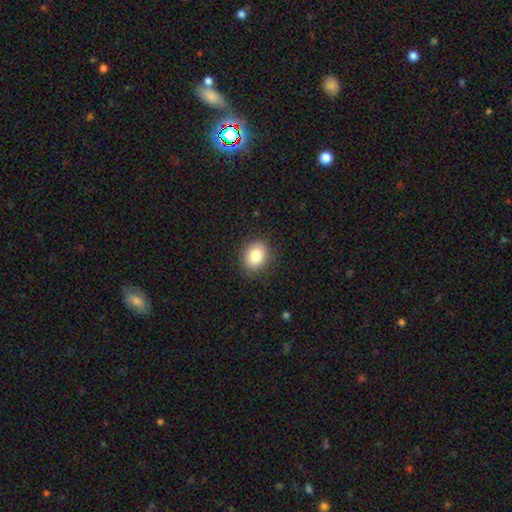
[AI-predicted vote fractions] Smooth or featured? Predicted: smooth (p=0.84). How rounded? Predicted: in between (p=0.51). Merging? Predicted: none (p=0.87).